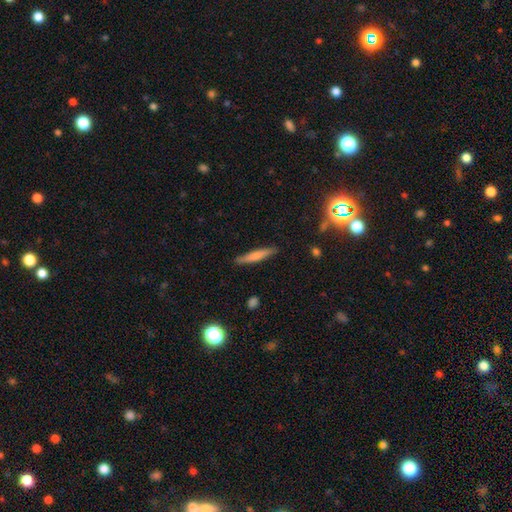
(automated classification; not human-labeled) smooth_or_featured: smooth (p=0.68) [alt: featured or disk p=0.26]
how_rounded: cigar-shaped (p=0.92) [alt: in between p=0.07]
merging: none (p=0.87) [alt: minor disturbance p=0.10]